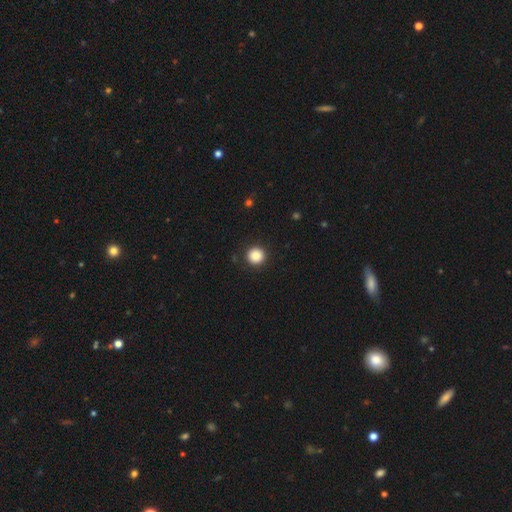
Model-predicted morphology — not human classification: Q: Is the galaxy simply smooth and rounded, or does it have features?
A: smooth — 87%.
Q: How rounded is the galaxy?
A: round — 95%.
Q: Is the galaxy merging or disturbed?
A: none — 92%.